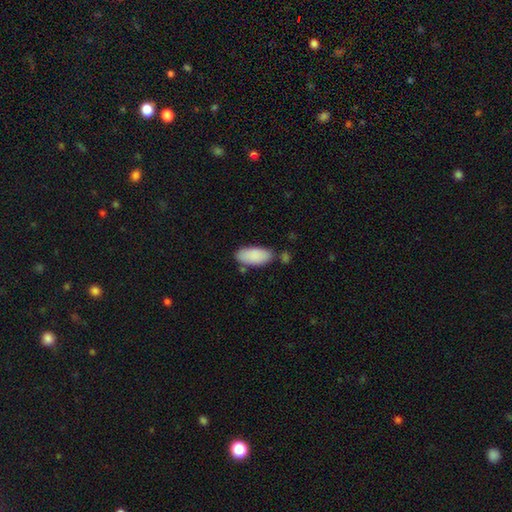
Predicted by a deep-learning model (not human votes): The model was most divided on "merging": none: 70%, minor disturbance: 18%, merger: 8%, major disturbance: 4%. More confident: how rounded — in between (90%); smooth or featured — smooth (89%).